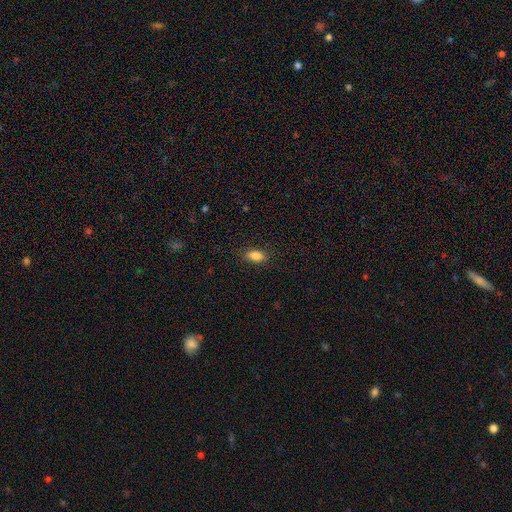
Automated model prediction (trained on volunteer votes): A smooth galaxy with no disk features (85%) that is in between round and cigar-shaped (87%). Merging: none (86%).